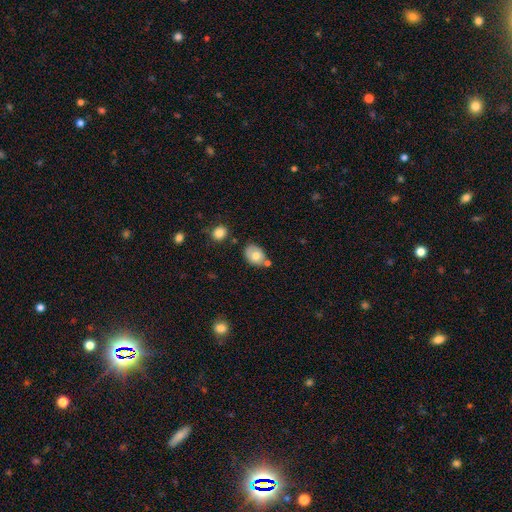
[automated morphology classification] type=smooth (70%); roundness=in between (65%); merging=none (61%).